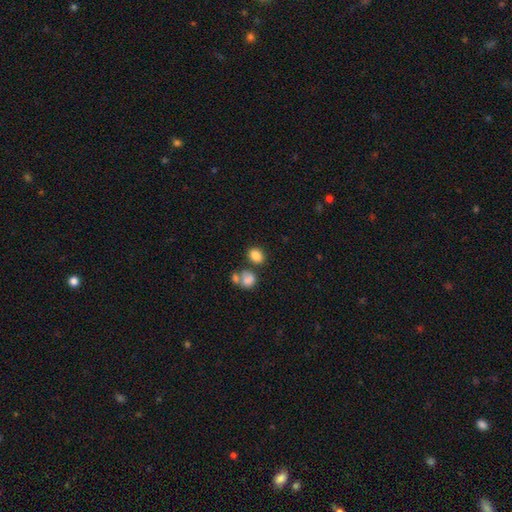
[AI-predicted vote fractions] The model was most divided on "how rounded": in between: 61%, round: 38%, cigar-shaped: 1%. More confident: smooth or featured — smooth (84%); merging — none (65%).